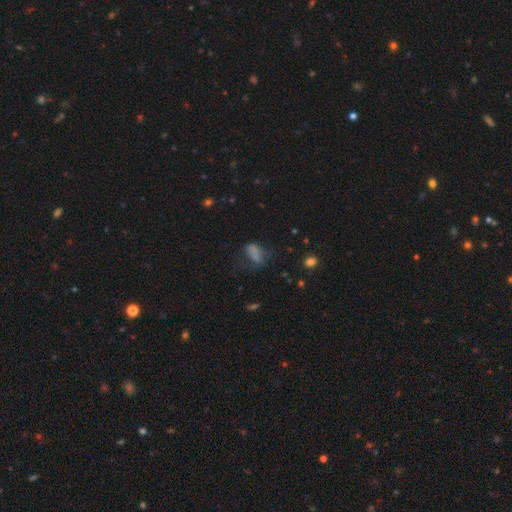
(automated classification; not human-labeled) Smooth or featured?
  - smooth: 57% *
  - star or artifact: 25%
  - featured or disk: 18%
How rounded?
  - in between: 74% *
  - round: 15%
  - cigar-shaped: 12%
Merging?
  - none: 48% *
  - minor disturbance: 24%
  - major disturbance: 23%
  - merger: 5%